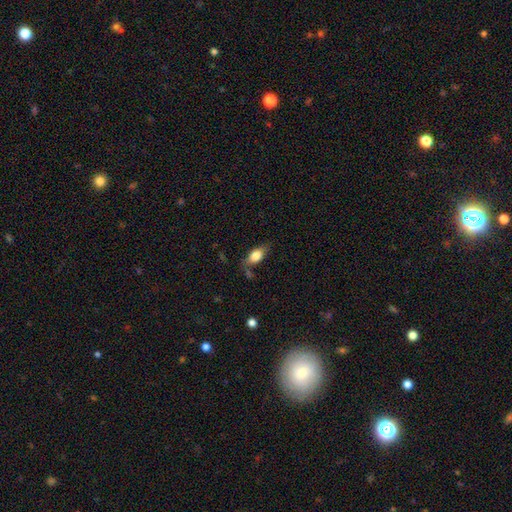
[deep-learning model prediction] Smooth or featured: smooth — 77% (featured or disk — 16%)
How rounded: in between — 86% (cigar-shaped — 8%)
Merging: none — 67% (minor disturbance — 21%)